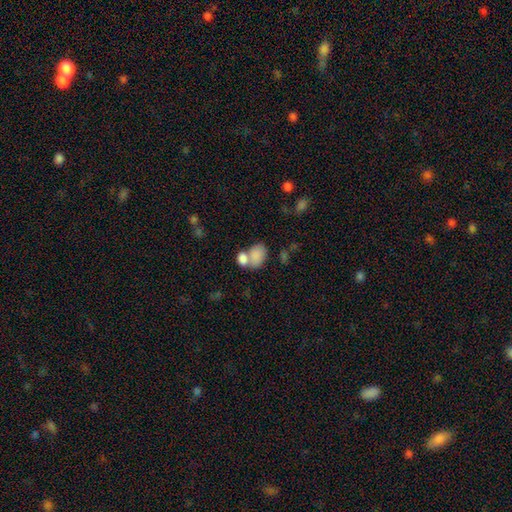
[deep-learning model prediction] smooth-or-featured: smooth: 82% | featured or disk: 10% | star or artifact: 8%
  how-rounded: in between: 79% | round: 19% | cigar-shaped: 1%
  merging: merger: 50% | none: 34% | minor disturbance: 11% | major disturbance: 6%